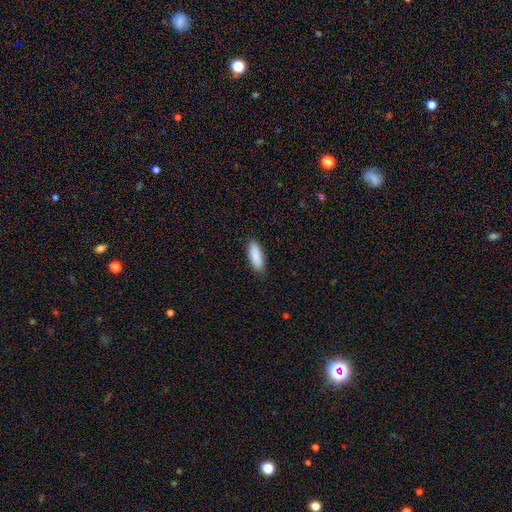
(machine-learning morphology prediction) Smooth or featured?
  - smooth: 90% *
  - star or artifact: 6%
  - featured or disk: 4%
How rounded?
  - in between: 63% *
  - cigar-shaped: 35%
  - round: 2%
Merging?
  - none: 89% *
  - minor disturbance: 8%
  - major disturbance: 2%
  - merger: 1%